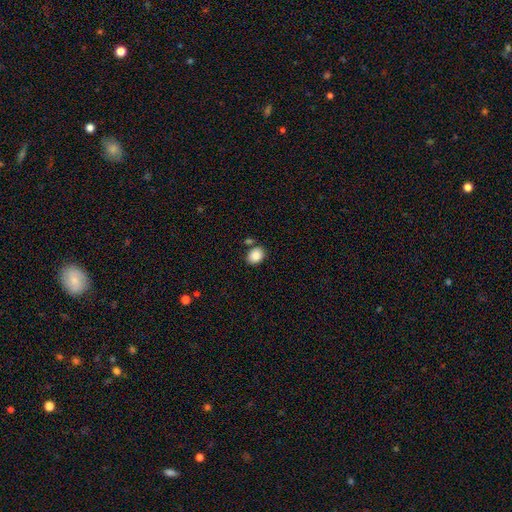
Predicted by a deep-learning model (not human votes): A smooth galaxy with no disk features (86%) that is in between round and cigar-shaped (58%). Merging: none (77%).